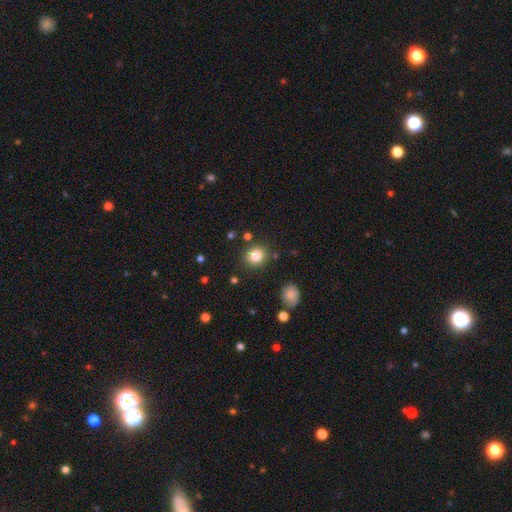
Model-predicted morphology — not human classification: type=smooth (83%); roundness=round (79%); merging=none (85%).